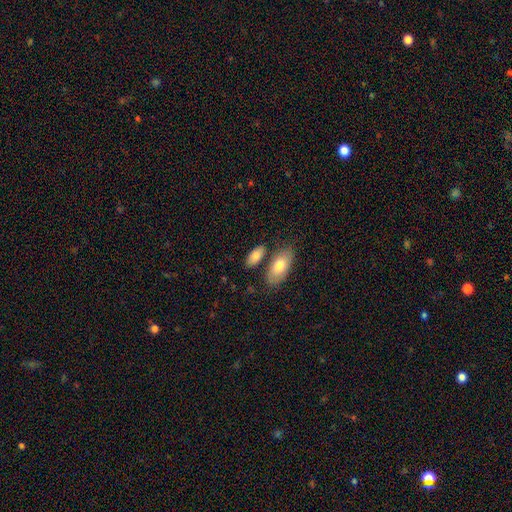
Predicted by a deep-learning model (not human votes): Smooth or featured? smooth (79%)
How rounded? in between (88%)
Merging? none (68%)